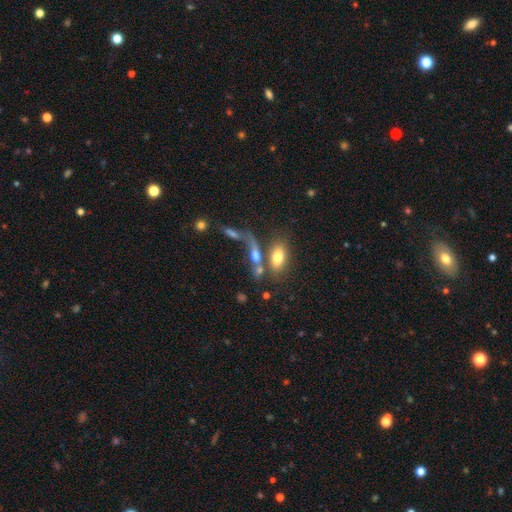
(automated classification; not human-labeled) A smooth galaxy with no disk features (62%) that is in between round and cigar-shaped (65%). Merging: merger (46%).